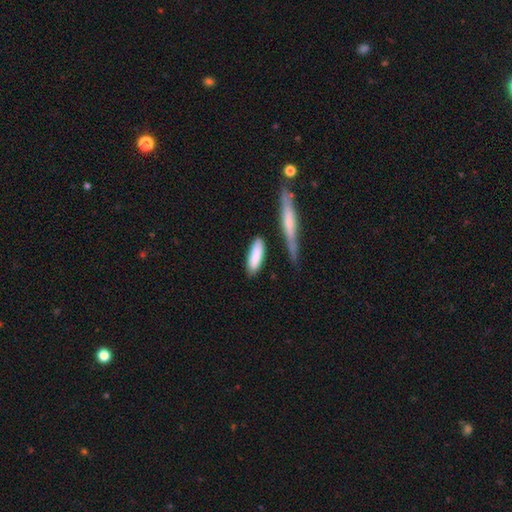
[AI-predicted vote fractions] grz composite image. It shows a smooth galaxy with no disk features (84%) that is cigar-shaped (51%). Merging: none (72%).